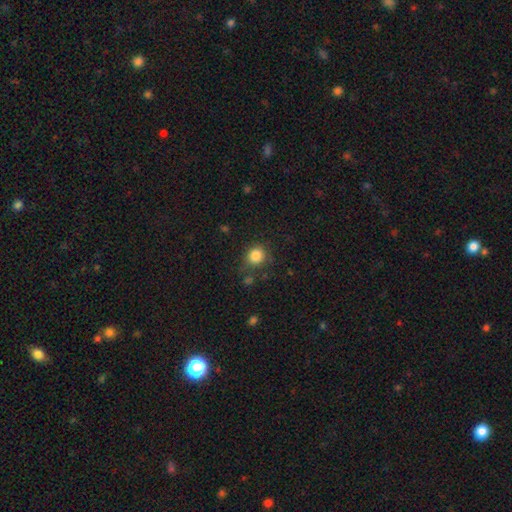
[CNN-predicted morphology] Smooth or featured?
  - smooth: 84% *
  - star or artifact: 11%
  - featured or disk: 5%
How rounded?
  - round: 83% *
  - in between: 16%
  - cigar-shaped: 1%
Merging?
  - none: 77% *
  - minor disturbance: 14%
  - major disturbance: 5%
  - merger: 4%